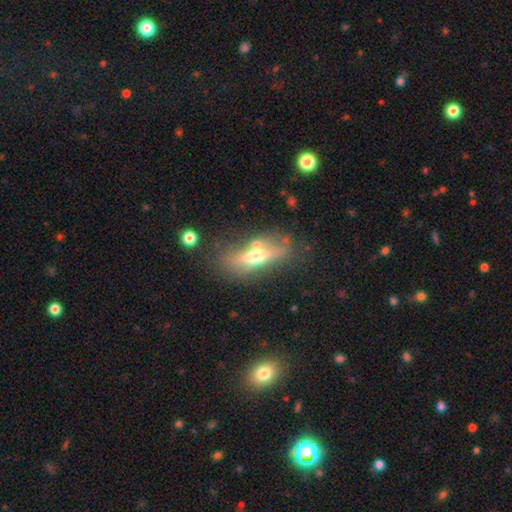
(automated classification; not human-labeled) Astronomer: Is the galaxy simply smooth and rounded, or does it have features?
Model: featured or disk — 47% (runner-up: smooth, 44%).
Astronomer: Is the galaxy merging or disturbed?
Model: none — 57%.